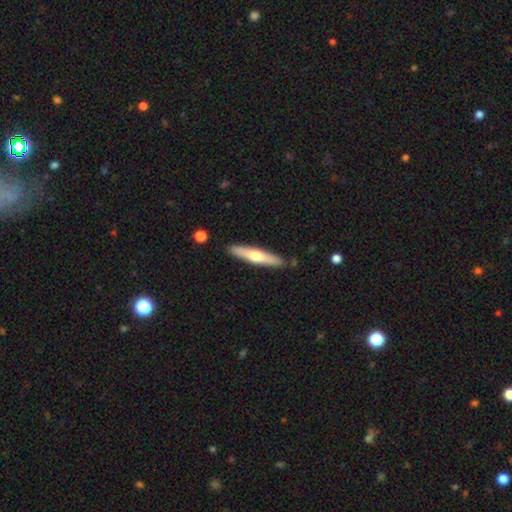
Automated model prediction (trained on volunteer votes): smooth-or-featured: smooth: 51% | featured or disk: 44% | star or artifact: 5%
  how-rounded: cigar-shaped: 88% | in between: 11% | round: 1%
  merging: none: 87% | minor disturbance: 9% | merger: 2% | major disturbance: 2%